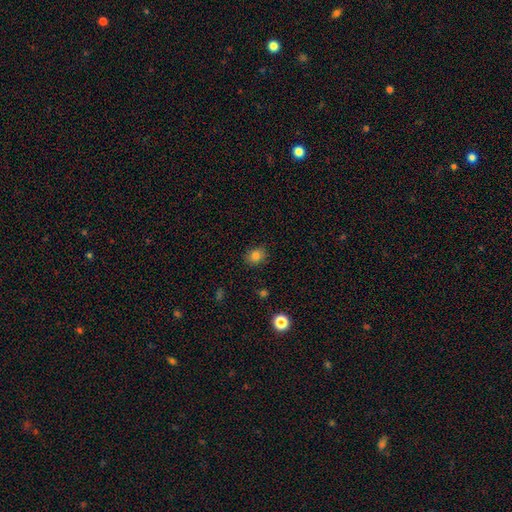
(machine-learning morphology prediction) smooth-or-featured: smooth: 82% | star or artifact: 12% | featured or disk: 6%
  how-rounded: round: 60% | in between: 39% | cigar-shaped: 1%
  merging: none: 86% | minor disturbance: 10% | major disturbance: 2% | merger: 1%